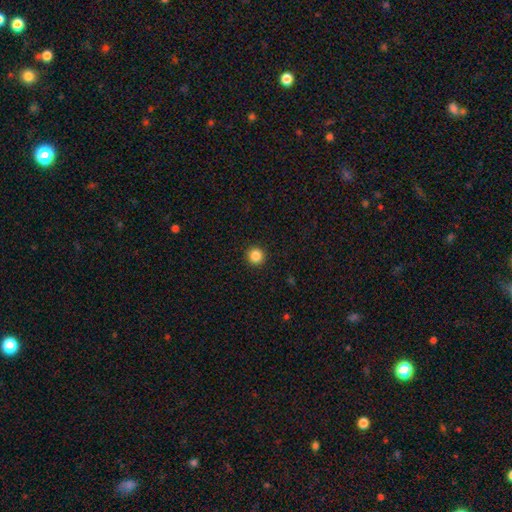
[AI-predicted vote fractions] Smooth or featured: smooth — 86% (star or artifact — 11%)
How rounded: round — 95% (in between — 4%)
Merging: none — 93% (minor disturbance — 4%)